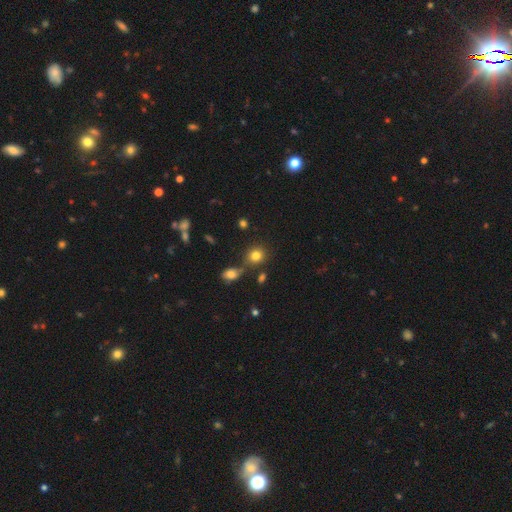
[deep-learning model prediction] Morphology: type=smooth (81%); roundness=round (79%); merging=none (71%).